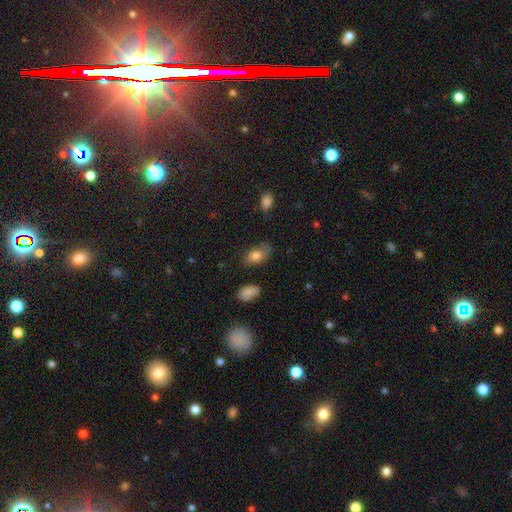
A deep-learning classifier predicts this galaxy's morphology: This appears to be a smooth galaxy with no disk features (77%) that is in between round and cigar-shaped (89%). Merging: none (60%).